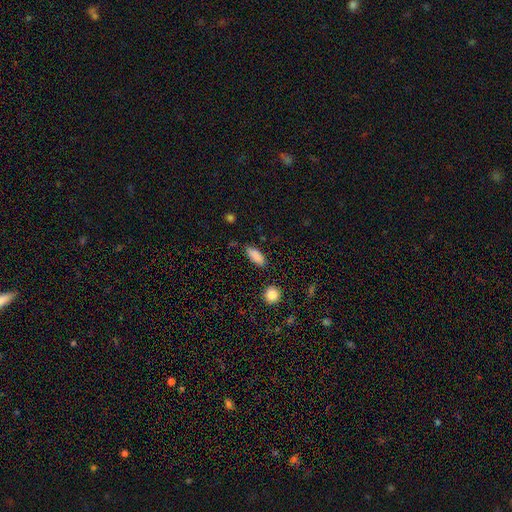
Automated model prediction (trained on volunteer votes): smooth 87%, star or artifact 8%, featured or disk 5%. Down the decision tree: how rounded — in between (77%); merging — none (82%).